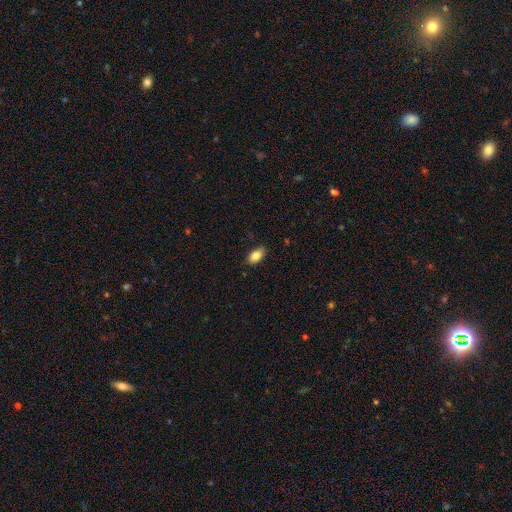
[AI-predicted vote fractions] Smooth or featured? Predicted: smooth (p=0.85). How rounded? Predicted: in between (p=0.92). Merging? Predicted: none (p=0.86).